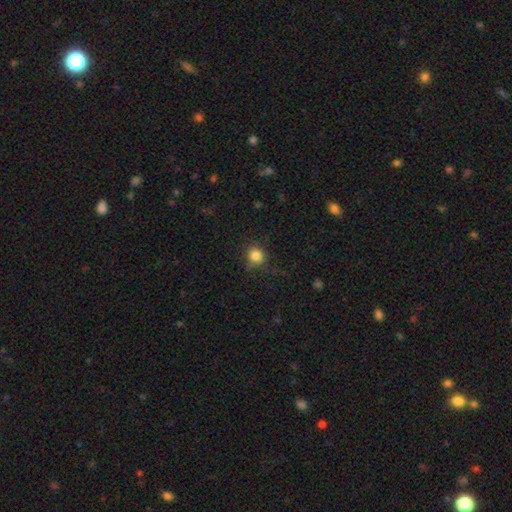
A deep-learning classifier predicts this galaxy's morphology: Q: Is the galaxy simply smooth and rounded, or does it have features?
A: smooth — 84%.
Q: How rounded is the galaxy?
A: round — 89%.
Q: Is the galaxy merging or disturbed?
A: none — 80%.